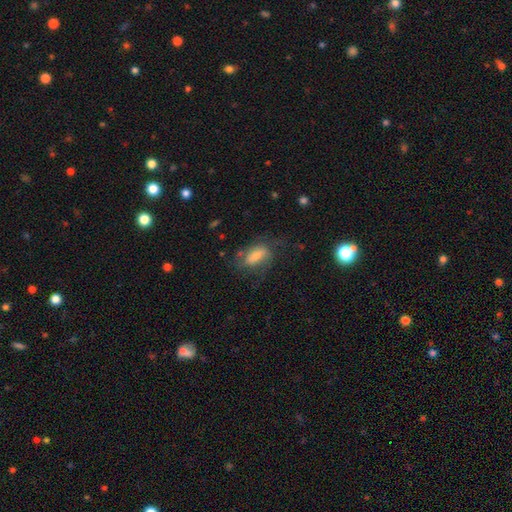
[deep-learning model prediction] smooth 52%, featured or disk 37%, star or artifact 11%. Down the decision tree: how rounded — in between (83%); merging — none (54%).